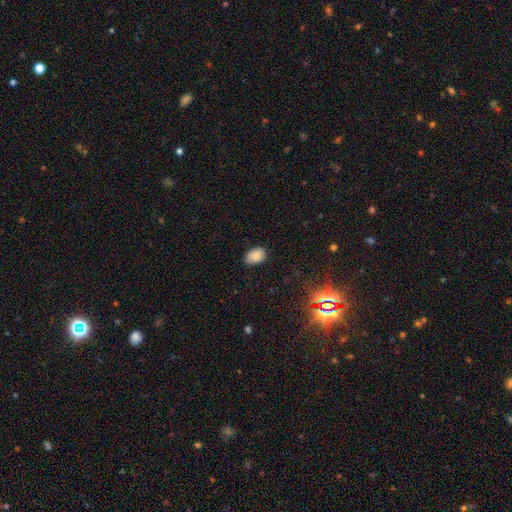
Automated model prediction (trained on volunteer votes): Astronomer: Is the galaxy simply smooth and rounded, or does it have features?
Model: smooth — 86%.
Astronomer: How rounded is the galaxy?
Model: in between — 85%.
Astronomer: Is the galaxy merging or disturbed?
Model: none — 80%.